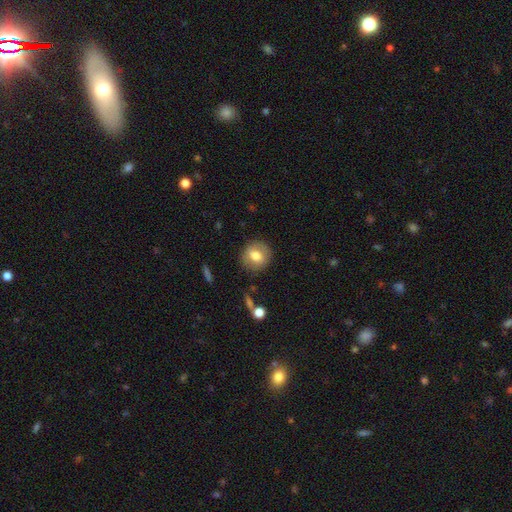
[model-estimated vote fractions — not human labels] Smooth or featured? smooth (72%)
How rounded? round (84%)
Merging? none (86%)